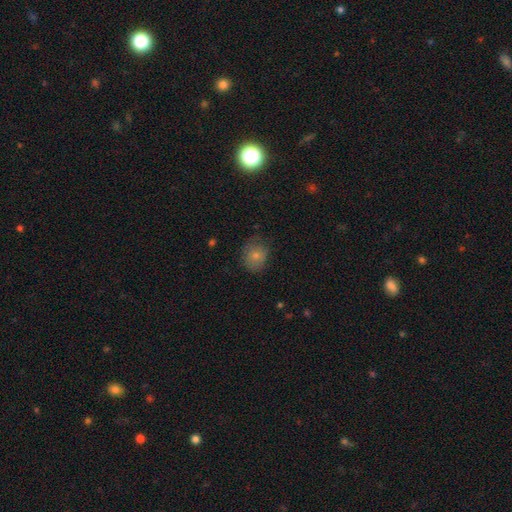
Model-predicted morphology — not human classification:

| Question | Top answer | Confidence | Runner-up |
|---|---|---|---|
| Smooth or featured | smooth | 77% | featured or disk (13%) |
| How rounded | round | 64% | in between (35%) |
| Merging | none | 65% | minor disturbance (26%) |